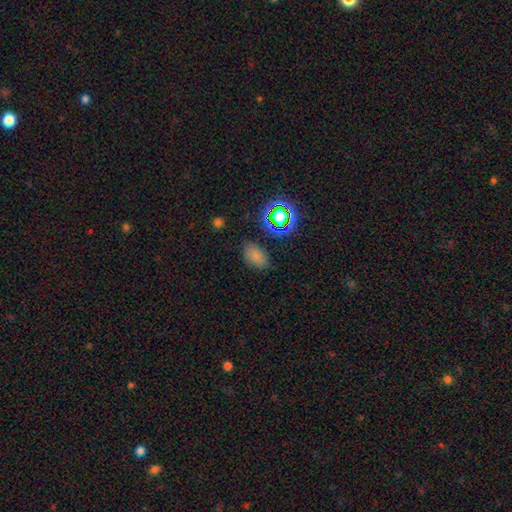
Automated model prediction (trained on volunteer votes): This is likely a smooth galaxy (71%). How rounded: clearly in between (85%). Merging: likely none (75%).